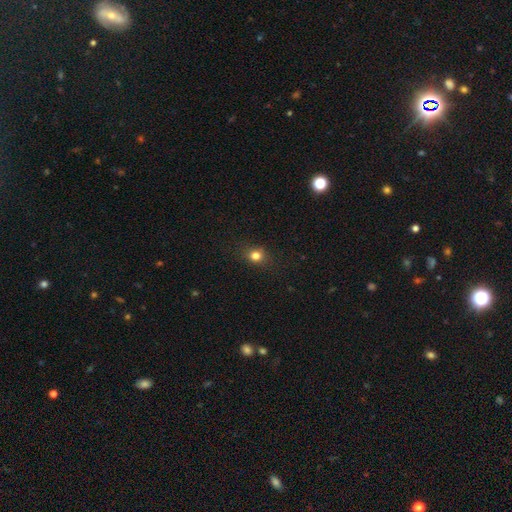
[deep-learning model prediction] The model was most divided on "how rounded": round: 70%, in between: 28%, cigar-shaped: 1%. More confident: merging — none (85%); smooth or featured — smooth (79%).